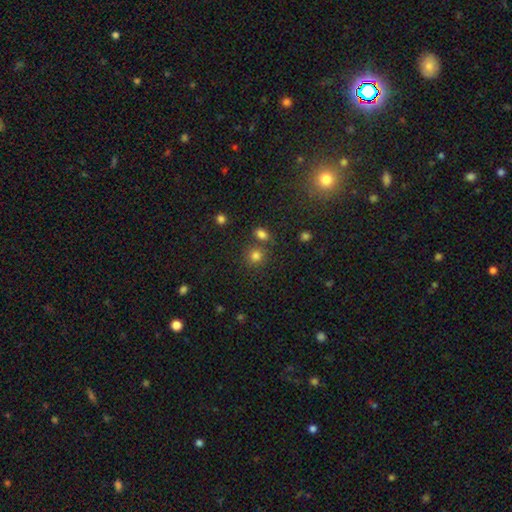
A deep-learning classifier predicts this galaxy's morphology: Overall: smooth (80%). How rounded: round (84%). Merging: none (70%).